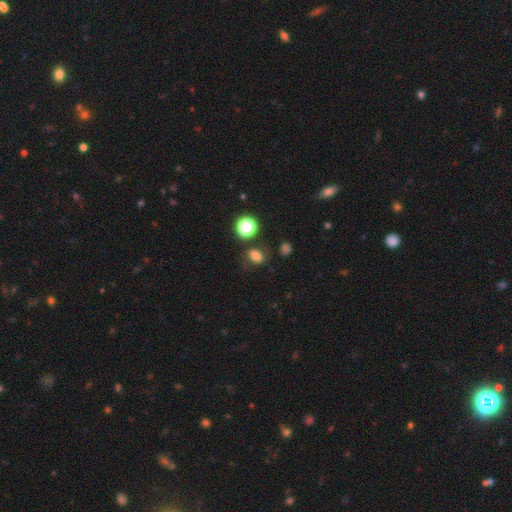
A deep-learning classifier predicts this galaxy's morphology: The model was most divided on "how rounded": in between: 66%, round: 32%, cigar-shaped: 2%. More confident: merging — none (72%); smooth or featured — smooth (71%).